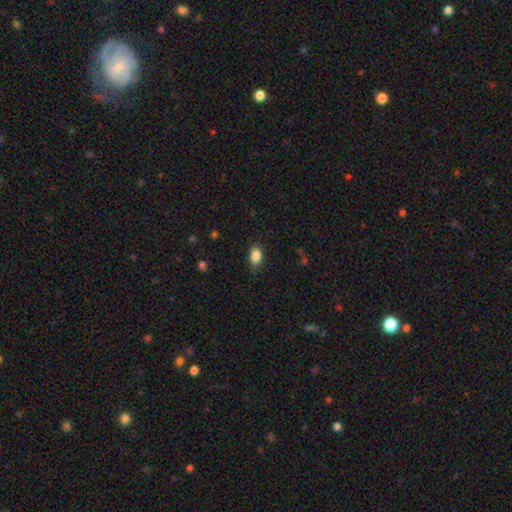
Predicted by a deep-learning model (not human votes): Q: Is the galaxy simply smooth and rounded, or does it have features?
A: smooth — 86%.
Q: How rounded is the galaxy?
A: in between — 83%.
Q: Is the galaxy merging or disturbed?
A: none — 79%.